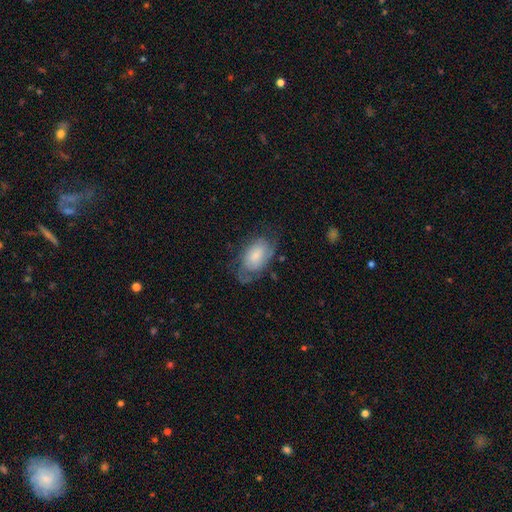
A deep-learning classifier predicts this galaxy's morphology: Overall: featured or disk (53%; smooth 39%). Edge-on disk: no (95%). Bar: no (67%; weak 28%). Spiral arms: yes (80%). Bulge size: small (40%; moderate 32%). Merging: none (54%; minor disturbance 26%).